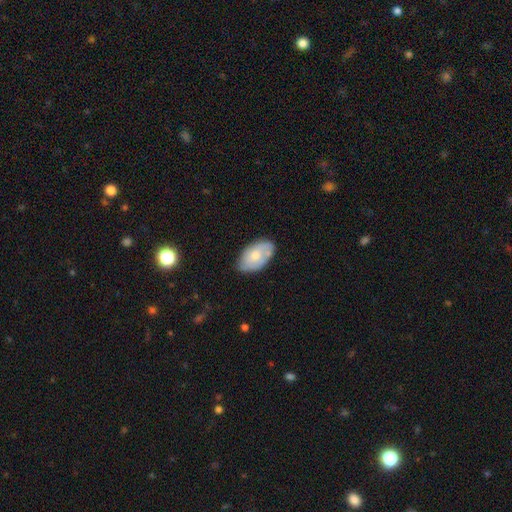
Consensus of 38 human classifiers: Smooth or featured? smooth (68%)
How rounded? in between (92%)
Merging? none (64%)